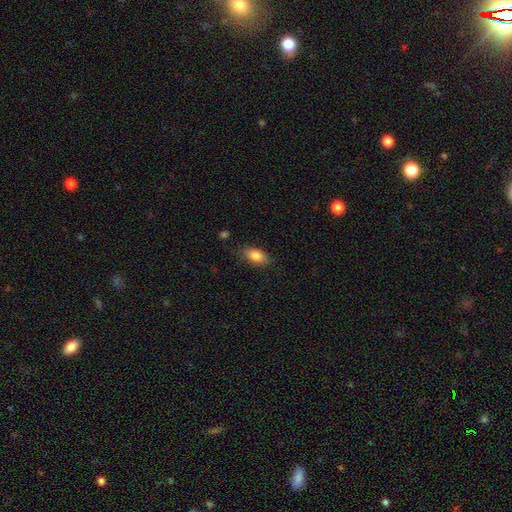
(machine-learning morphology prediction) Q: Smooth or featured?
A: smooth (84%); runner-up: featured or disk (9%)
Q: How rounded?
A: in between (89%); runner-up: cigar-shaped (7%)
Q: Merging?
A: none (83%); runner-up: minor disturbance (13%)